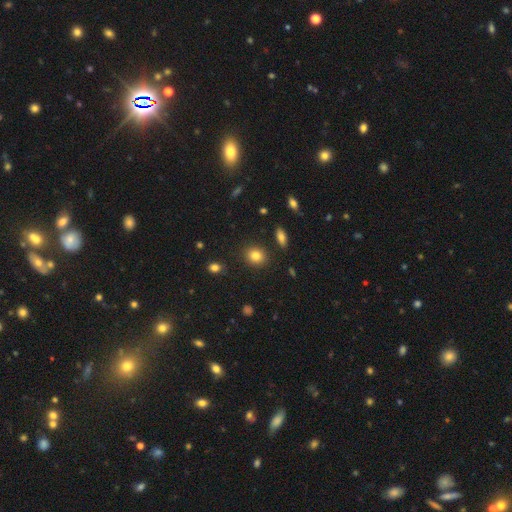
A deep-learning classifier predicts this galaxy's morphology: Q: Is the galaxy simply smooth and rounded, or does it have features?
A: smooth — 83%.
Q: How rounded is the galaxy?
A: round — 71%.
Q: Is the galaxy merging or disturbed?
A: none — 88%.